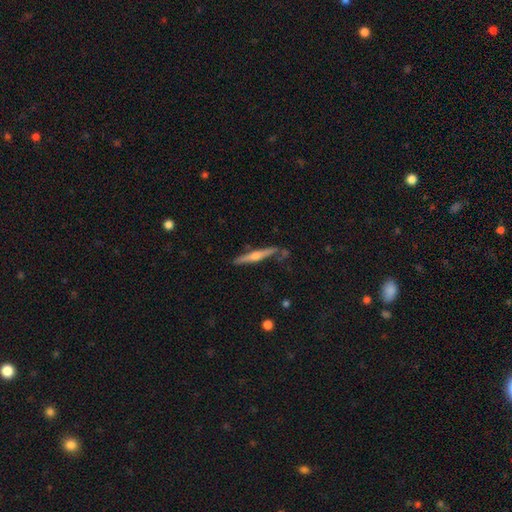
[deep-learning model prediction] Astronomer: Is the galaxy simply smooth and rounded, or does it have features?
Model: featured or disk — 72%.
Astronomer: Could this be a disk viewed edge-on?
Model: yes — 97%.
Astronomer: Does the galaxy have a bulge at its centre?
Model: rounded — 89%.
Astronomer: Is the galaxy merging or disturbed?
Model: none — 82%.